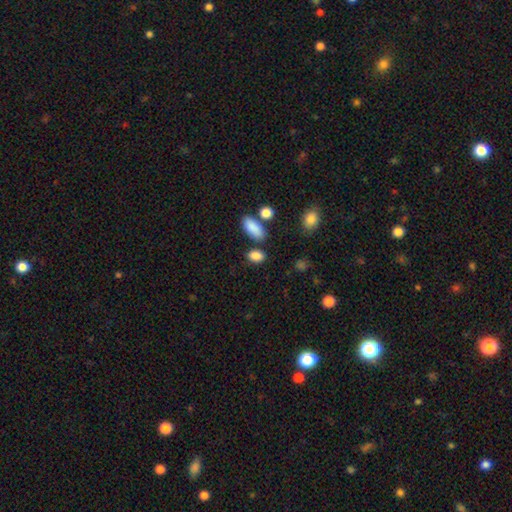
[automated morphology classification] Smooth or featured?
  - smooth: 86% *
  - star or artifact: 9%
  - featured or disk: 5%
How rounded?
  - in between: 86% *
  - round: 10%
  - cigar-shaped: 4%
Merging?
  - none: 74% *
  - minor disturbance: 13%
  - merger: 9%
  - major disturbance: 4%